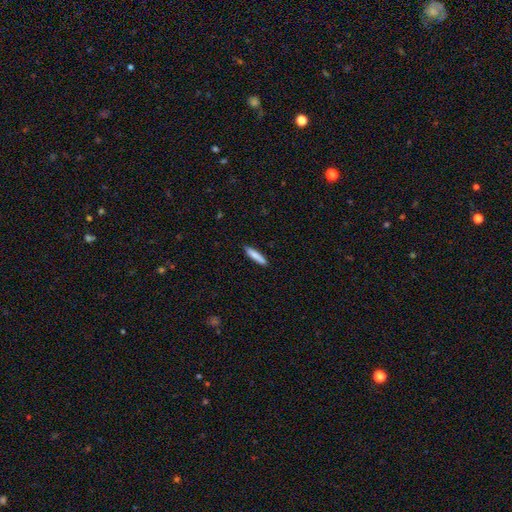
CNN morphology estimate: Smooth or featured?
  - smooth: 83% *
  - featured or disk: 11%
  - star or artifact: 6%
How rounded?
  - cigar-shaped: 87% *
  - in between: 12%
  - round: 1%
Merging?
  - none: 89% *
  - minor disturbance: 8%
  - major disturbance: 2%
  - merger: 1%